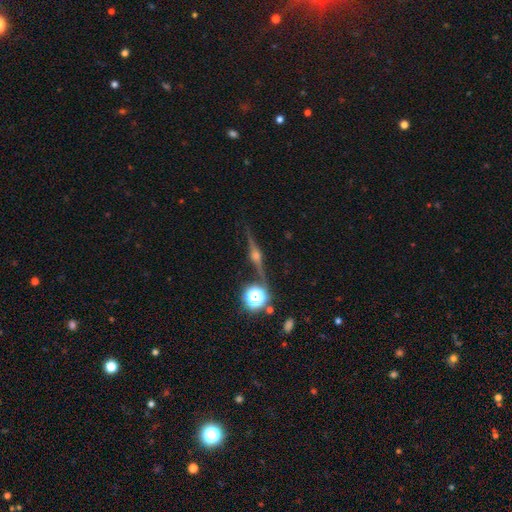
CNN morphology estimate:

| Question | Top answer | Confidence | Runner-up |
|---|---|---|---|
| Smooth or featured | featured or disk | 80% | star or artifact (11%) |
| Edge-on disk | yes | 97% | no (3%) |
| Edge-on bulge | rounded | 91% | boxy (7%) |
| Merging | none | 87% | minor disturbance (9%) |